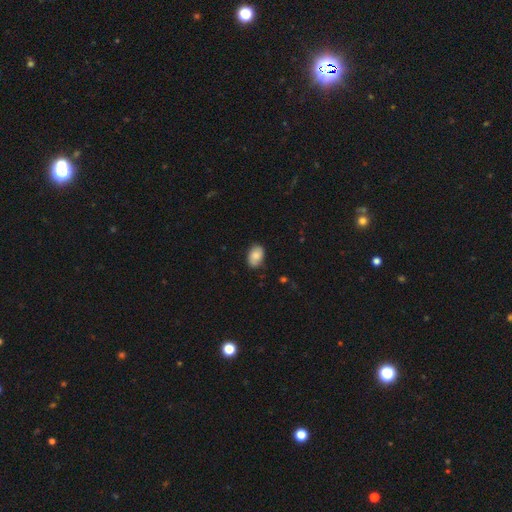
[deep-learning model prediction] A smooth galaxy with no disk features (82%) that is in between round and cigar-shaped (86%). Merging: none (79%).